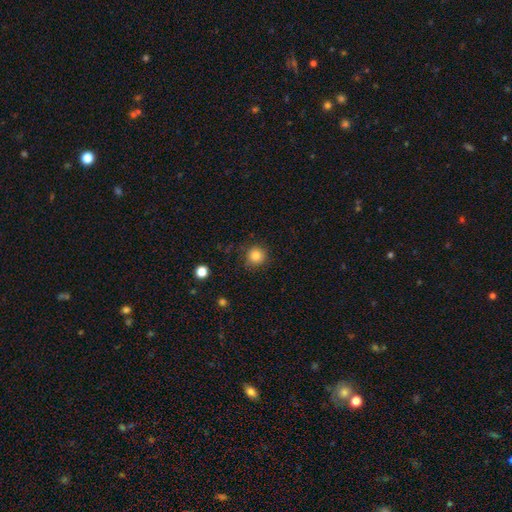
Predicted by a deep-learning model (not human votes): This appears to be a smooth galaxy with no disk features (82%) that is round (94%). Merging: none (87%).